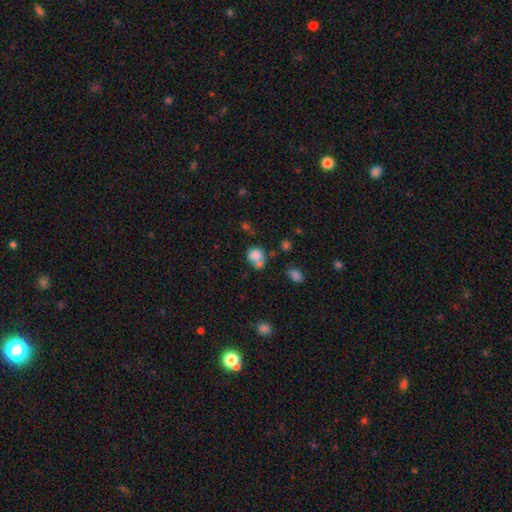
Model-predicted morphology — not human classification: This appears to be a smooth galaxy with no disk features (79%) that is round (65%). Merging: none (37%).